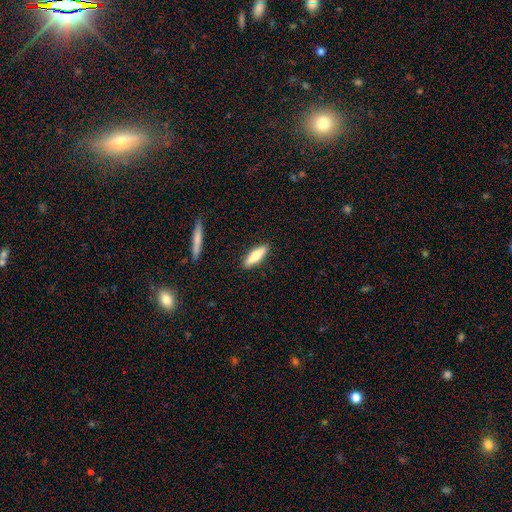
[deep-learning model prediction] Q: Smooth or featured?
A: smooth (72%); runner-up: featured or disk (23%)
Q: How rounded?
A: cigar-shaped (56%); runner-up: in between (42%)
Q: Merging?
A: none (89%); runner-up: minor disturbance (8%)